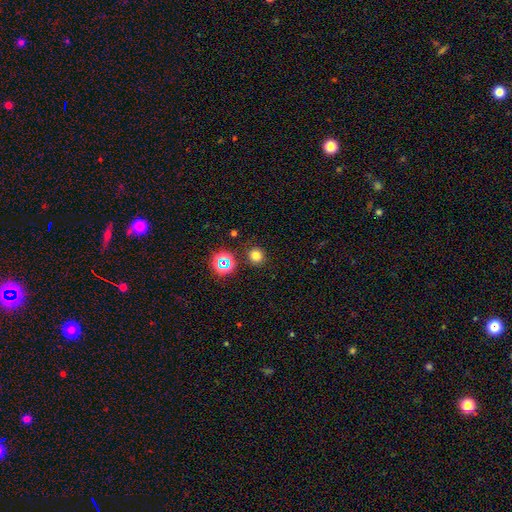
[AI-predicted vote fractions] smooth_or_featured: smooth (p=0.74) [alt: star or artifact p=0.20]
how_rounded: round (p=0.91) [alt: in between p=0.08]
merging: none (p=0.87) [alt: minor disturbance p=0.07]